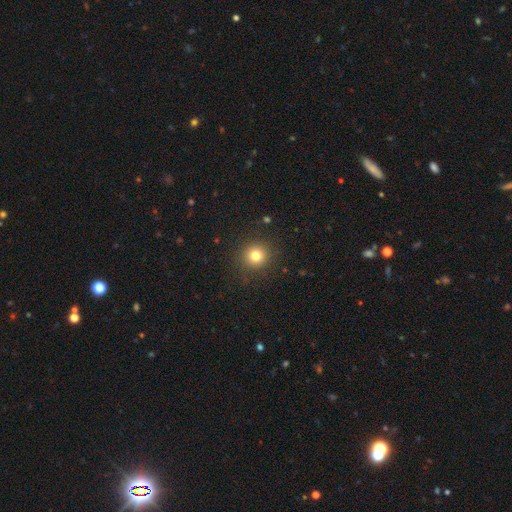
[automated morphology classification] A smooth galaxy with no disk features (79%) that is round (92%). Merging: none (89%).